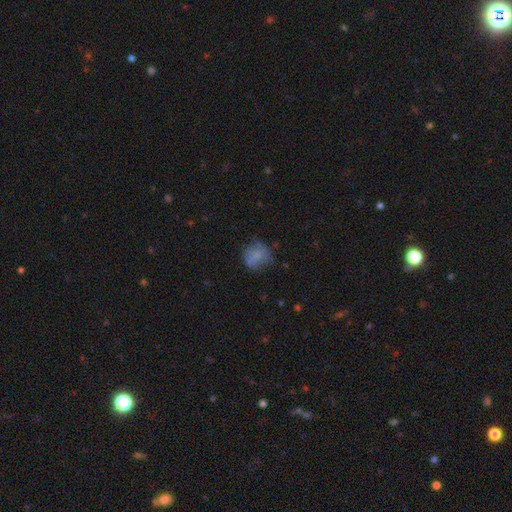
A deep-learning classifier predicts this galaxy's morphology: Smooth or featured: smooth — 67% (featured or disk — 21%)
How rounded: round — 69% (in between — 30%)
Merging: none — 51% (minor disturbance — 28%)